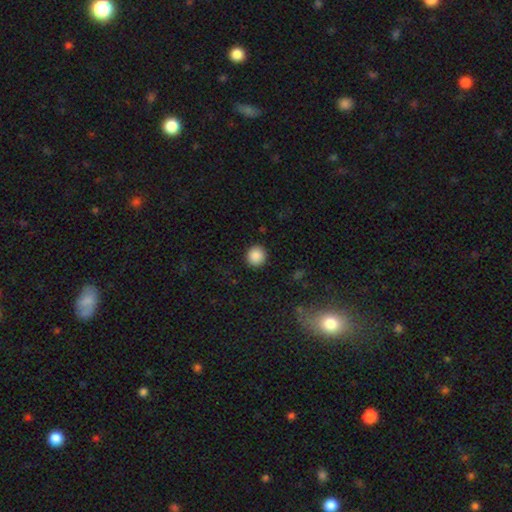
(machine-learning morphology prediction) Q: Smooth or featured?
A: smooth (89%); runner-up: star or artifact (9%)
Q: How rounded?
A: round (94%); runner-up: in between (6%)
Q: Merging?
A: none (92%); runner-up: minor disturbance (5%)